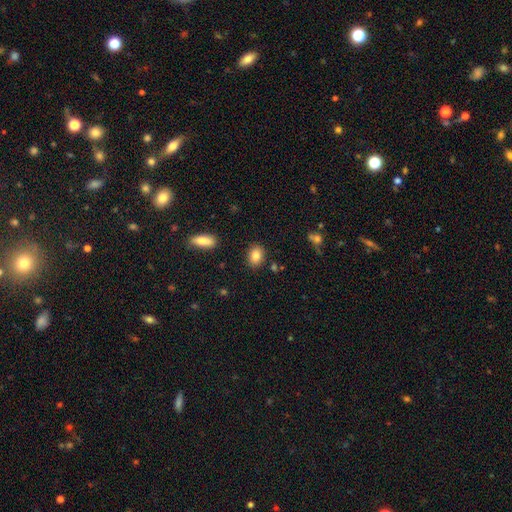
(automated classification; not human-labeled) smooth_or_featured: smooth (p=0.84) [alt: star or artifact p=0.09]
how_rounded: in between (p=0.66) [alt: round p=0.33]
merging: none (p=0.87) [alt: minor disturbance p=0.09]